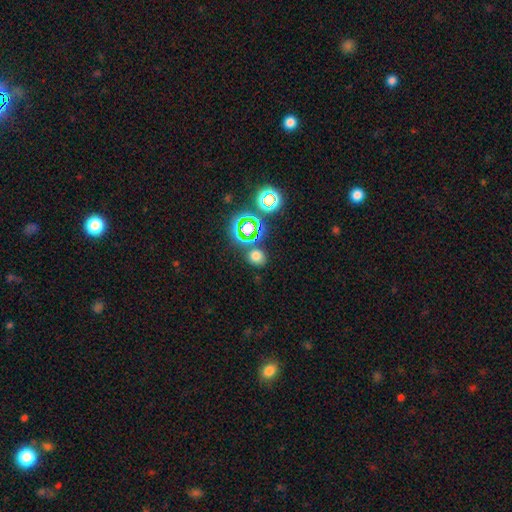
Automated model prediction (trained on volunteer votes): This is likely a smooth galaxy (64%). How rounded: likely round (72%). Merging: likely none (78%).